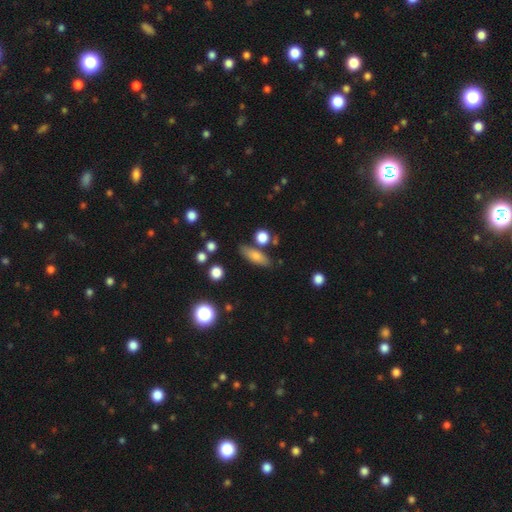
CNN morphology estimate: smooth-or-featured: smooth: 73% | featured or disk: 18% | star or artifact: 8%
  how-rounded: in between: 52% | cigar-shaped: 42% | round: 6%
  merging: none: 76% | minor disturbance: 13% | merger: 7% | major disturbance: 4%